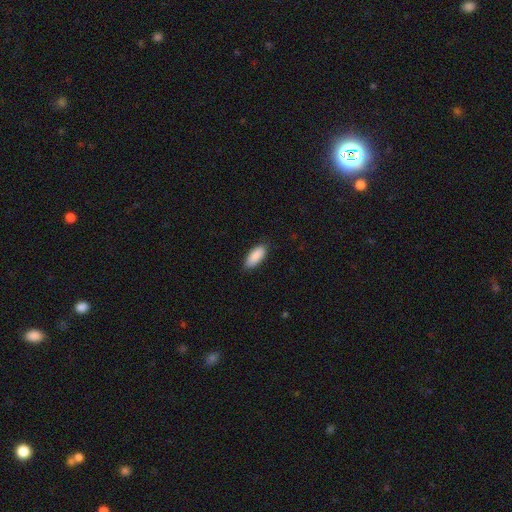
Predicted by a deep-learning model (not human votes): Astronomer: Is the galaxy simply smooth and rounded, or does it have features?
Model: smooth — 90%.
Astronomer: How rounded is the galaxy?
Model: in between — 84%.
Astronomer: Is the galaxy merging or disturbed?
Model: none — 83%.